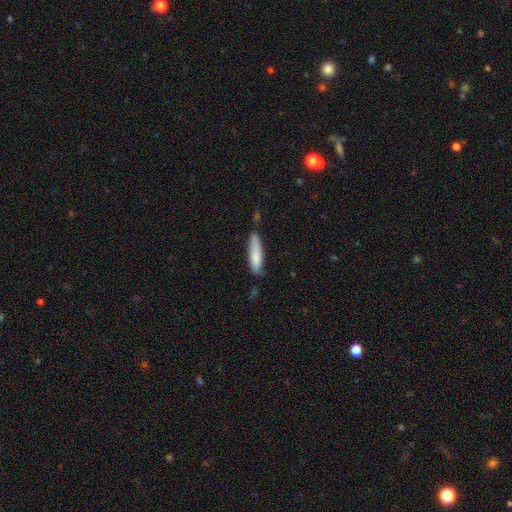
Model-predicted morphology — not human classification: type=smooth (82%); roundness=cigar-shaped (72%); merging=none (65%).